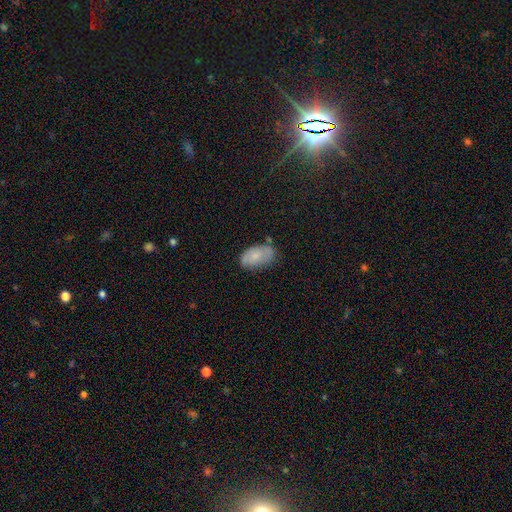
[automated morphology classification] Smooth or featured? smooth (73%)
How rounded? in between (93%)
Merging? none (64%)